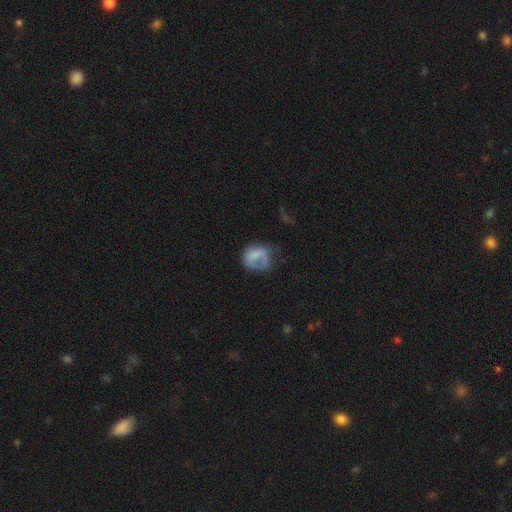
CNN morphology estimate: This is likely a smooth galaxy (61%). How rounded: possibly in between (51%). Merging: marginally major disturbance (40%).